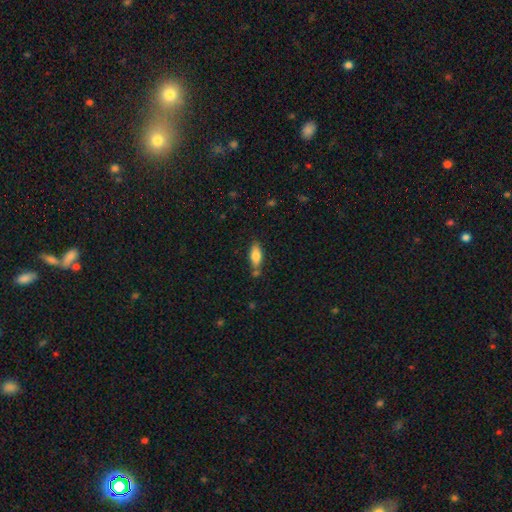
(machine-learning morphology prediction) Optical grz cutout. It shows a smooth galaxy with no disk features (78%) that is in between round and cigar-shaped (73%). Merging: none (65%).